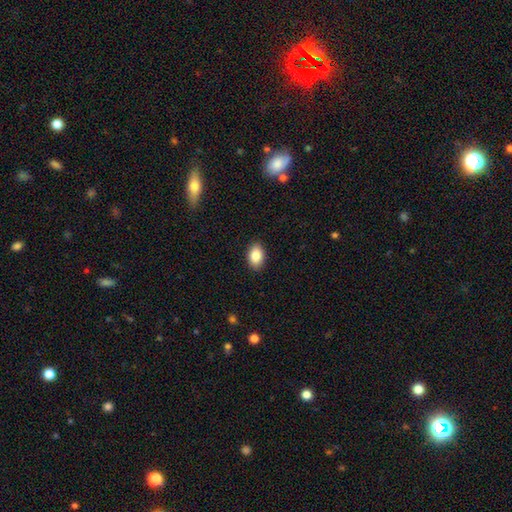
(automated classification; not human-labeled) Smooth or featured? Predicted: smooth (p=0.86). How rounded? Predicted: in between (p=0.88). Merging? Predicted: none (p=0.89).